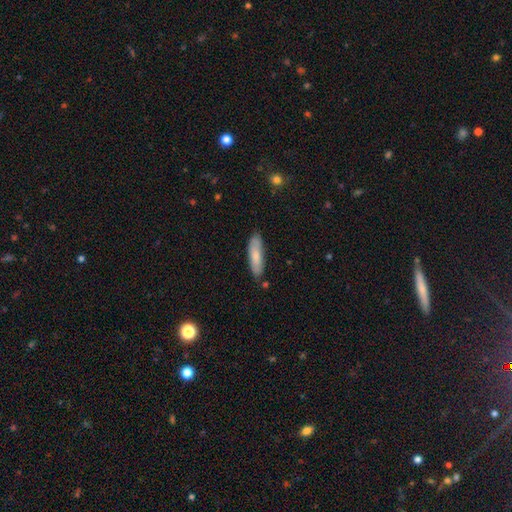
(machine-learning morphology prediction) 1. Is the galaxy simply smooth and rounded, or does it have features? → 73% smooth, 21% featured or disk, 6% star or artifact.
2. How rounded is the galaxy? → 60% cigar-shaped, 38% in between, 2% round.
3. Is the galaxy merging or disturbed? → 79% none, 15% minor disturbance, 3% major disturbance, 3% merger.